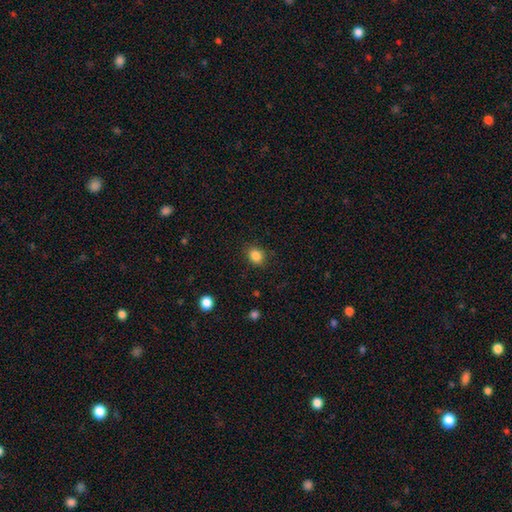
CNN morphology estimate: Smooth or featured? smooth (86%)
How rounded? round (51%)
Merging? none (85%)